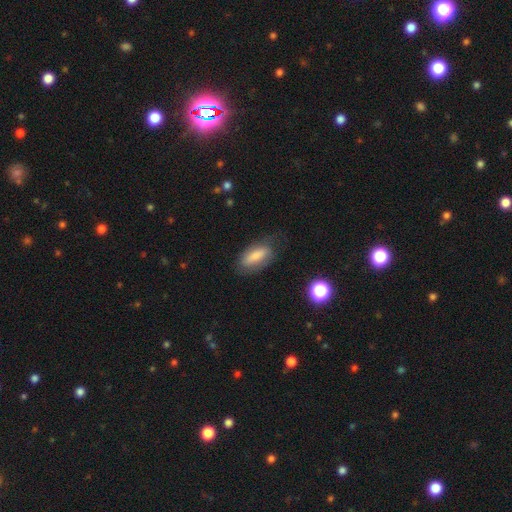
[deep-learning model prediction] This is likely a smooth galaxy (73%). How rounded: likely in between (78%). Merging: likely none (70%).